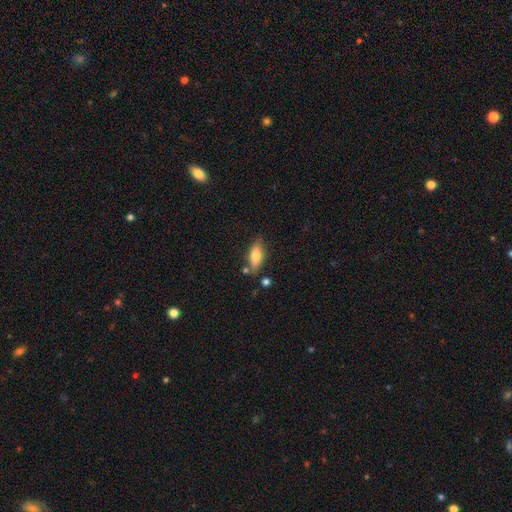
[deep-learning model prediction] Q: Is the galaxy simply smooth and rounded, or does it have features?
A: smooth — 73%.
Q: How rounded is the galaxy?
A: in between — 73%.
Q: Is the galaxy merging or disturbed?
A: none — 75%.